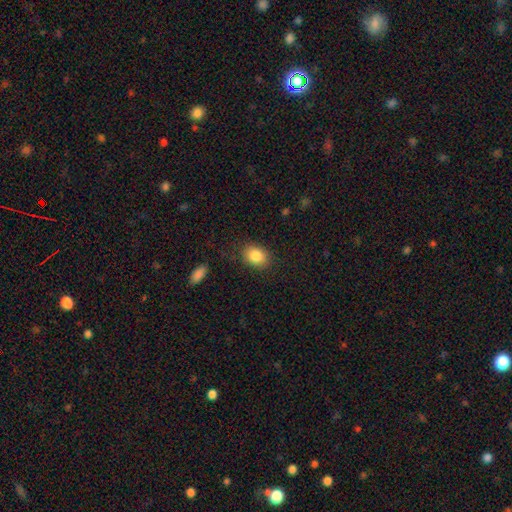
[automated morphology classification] This is clearly a smooth galaxy (85%). How rounded: likely in between (69%). Merging: clearly none (84%).